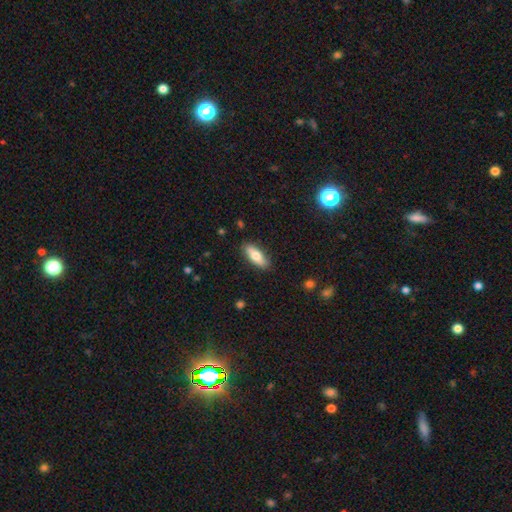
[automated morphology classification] smooth_or_featured: smooth (p=0.71) [alt: featured or disk p=0.23]
how_rounded: in between (p=0.68) [alt: cigar-shaped p=0.29]
merging: none (p=0.86) [alt: minor disturbance p=0.11]